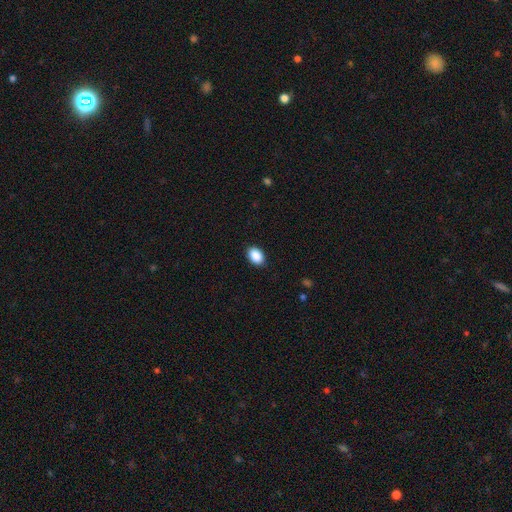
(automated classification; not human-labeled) Q: Smooth or featured?
A: smooth (90%); runner-up: star or artifact (7%)
Q: How rounded?
A: in between (85%); runner-up: round (13%)
Q: Merging?
A: none (89%); runner-up: minor disturbance (8%)